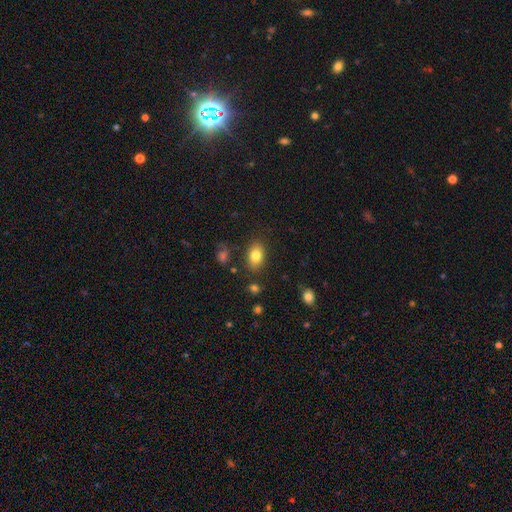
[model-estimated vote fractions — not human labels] smooth 81%, featured or disk 10%, star or artifact 9%. Down the decision tree: how rounded — in between (83%); merging — none (83%).